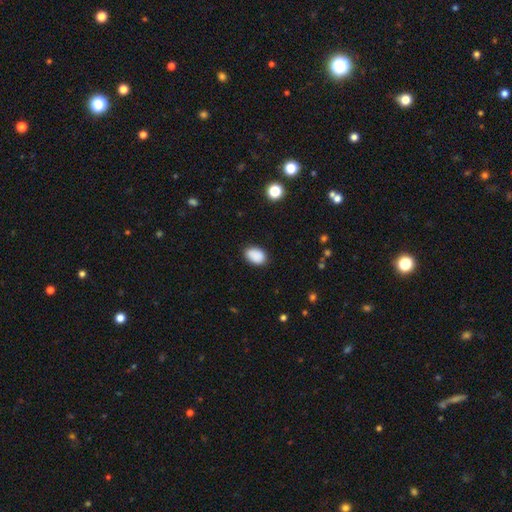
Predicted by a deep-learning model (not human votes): Smooth or featured? smooth (89%)
How rounded? in between (84%)
Merging? none (84%)